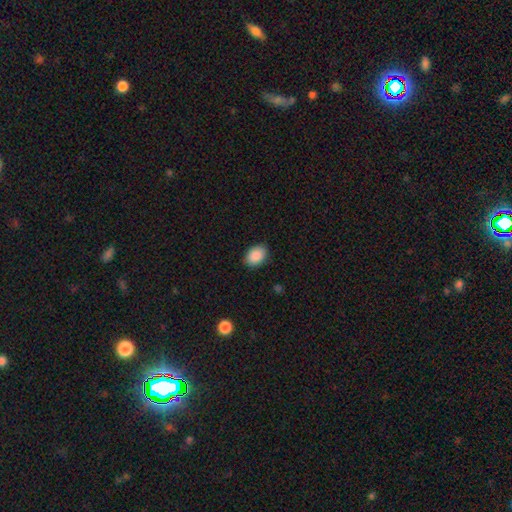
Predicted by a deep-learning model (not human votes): Smooth or featured? smooth (90%)
How rounded? in between (80%)
Merging? none (87%)